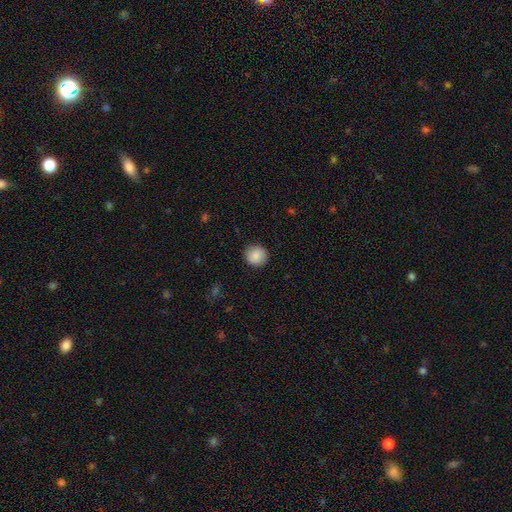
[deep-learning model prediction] Smooth or featured?
  - smooth: 88% *
  - star or artifact: 8%
  - featured or disk: 4%
How rounded?
  - round: 92% *
  - in between: 7%
  - cigar-shaped: 1%
Merging?
  - none: 90% *
  - minor disturbance: 7%
  - major disturbance: 2%
  - merger: 1%